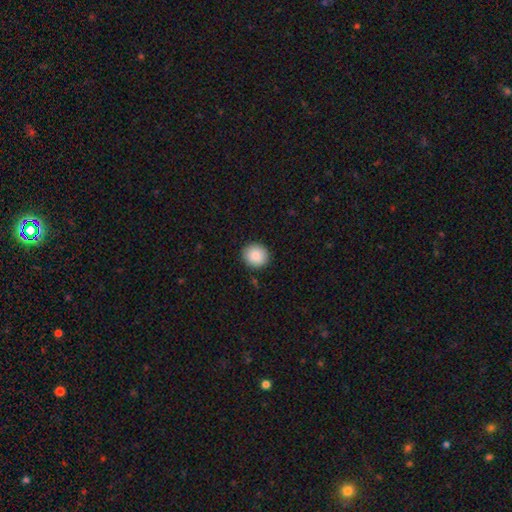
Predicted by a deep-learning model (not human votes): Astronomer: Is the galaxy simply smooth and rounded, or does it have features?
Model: smooth — 89%.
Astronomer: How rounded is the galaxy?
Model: round — 87%.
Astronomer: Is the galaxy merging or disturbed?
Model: none — 90%.